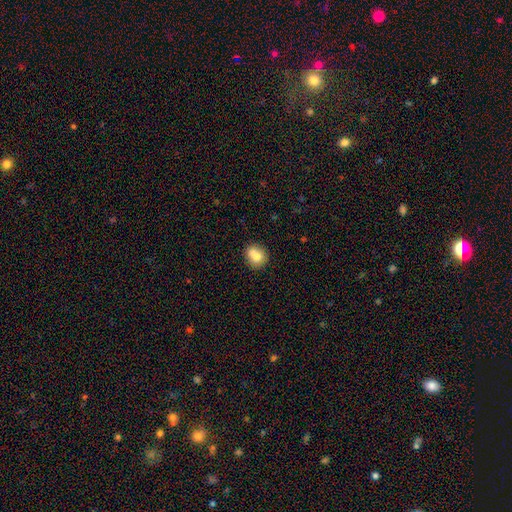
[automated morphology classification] Smooth or featured?
  - smooth: 71% *
  - featured or disk: 19%
  - star or artifact: 9%
How rounded?
  - round: 74% *
  - in between: 25%
  - cigar-shaped: 1%
Merging?
  - none: 45% *
  - merger: 41%
  - minor disturbance: 10%
  - major disturbance: 3%